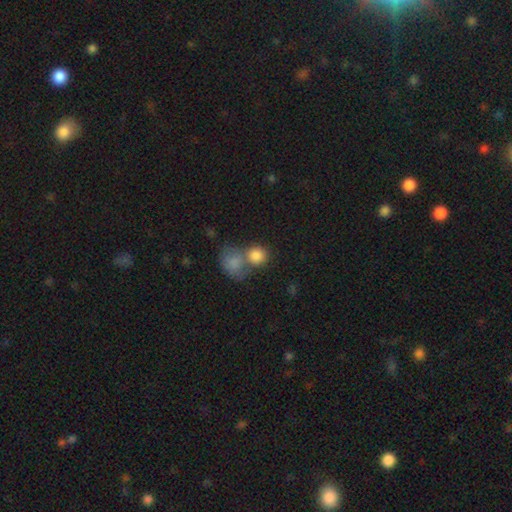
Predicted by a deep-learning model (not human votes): This appears to be a smooth galaxy with no disk features (84%) that is round (76%). Merging: merger (51%).